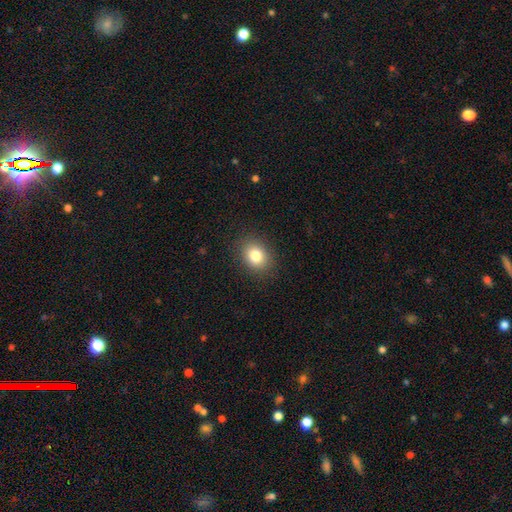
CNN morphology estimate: smooth-or-featured: smooth: 81% | star or artifact: 11% | featured or disk: 8%
  how-rounded: round: 54% | in between: 45% | cigar-shaped: 1%
  merging: none: 89% | minor disturbance: 8% | major disturbance: 3% | merger: 1%